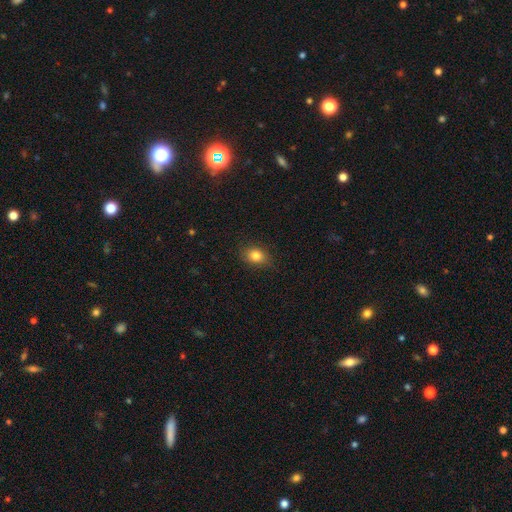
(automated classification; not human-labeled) smooth_or_featured: smooth (p=0.82) [alt: star or artifact p=0.11]
how_rounded: in between (p=0.58) [alt: round p=0.41]
merging: none (p=0.81) [alt: minor disturbance p=0.15]